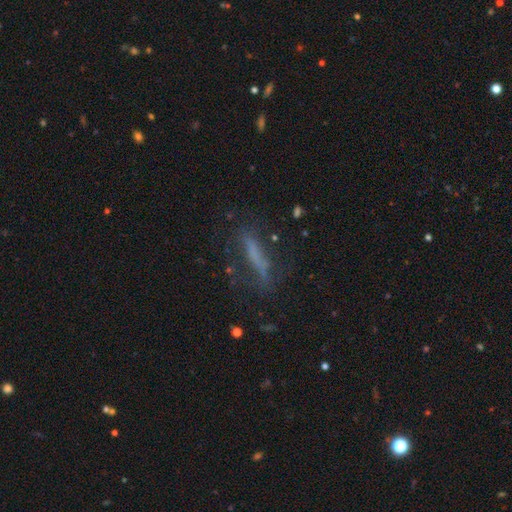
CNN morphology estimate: type=smooth (49%); merging=none (63%).